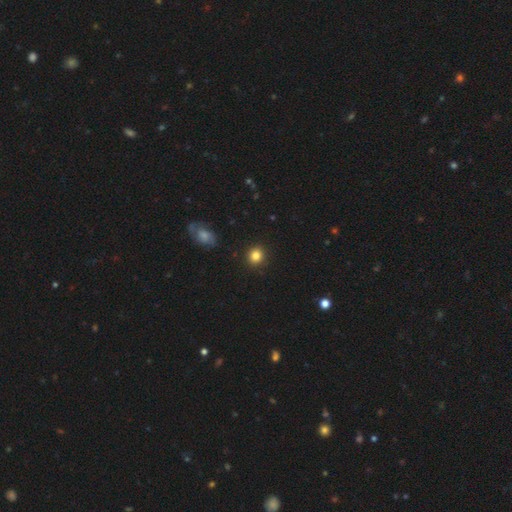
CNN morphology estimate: This appears to be a smooth galaxy with no disk features (84%) that is round (85%). Merging: none (91%).